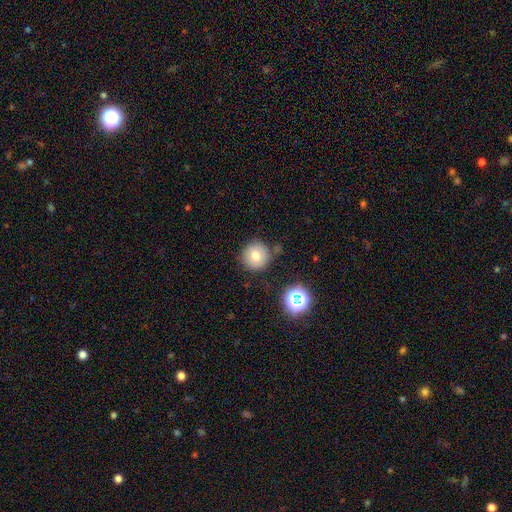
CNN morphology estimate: smooth-or-featured: smooth: 74% | star or artifact: 14% | featured or disk: 12%
  how-rounded: round: 95% | in between: 4% | cigar-shaped: 1%
  merging: none: 80% | minor disturbance: 12% | merger: 5% | major disturbance: 3%